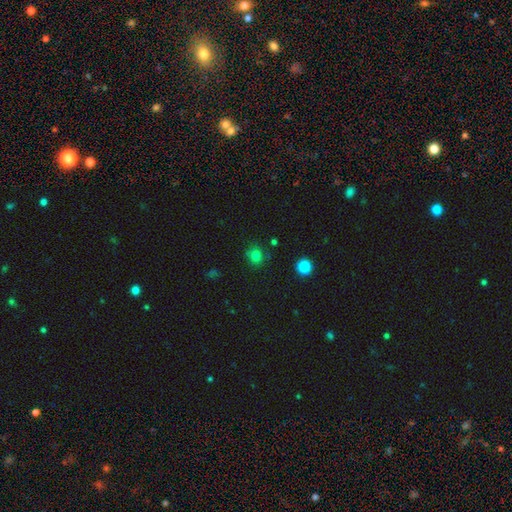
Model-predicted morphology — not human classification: smooth_or_featured: smooth (p=0.78) [alt: star or artifact p=0.17]
how_rounded: round (p=0.81) [alt: in between p=0.18]
merging: none (p=0.82) [alt: minor disturbance p=0.11]